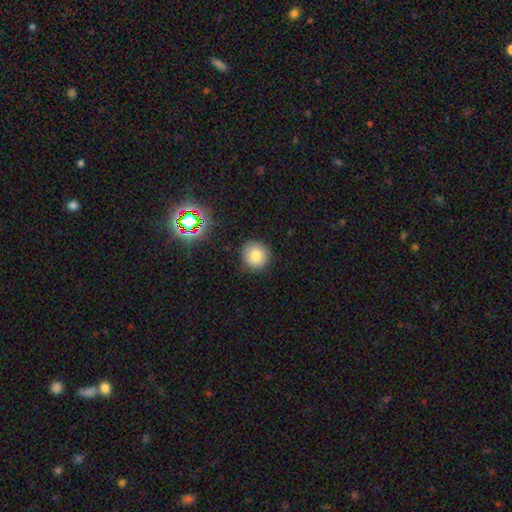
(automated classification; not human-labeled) Q: Smooth or featured?
A: smooth (79%); runner-up: star or artifact (13%)
Q: How rounded?
A: round (93%); runner-up: in between (6%)
Q: Merging?
A: none (88%); runner-up: minor disturbance (9%)